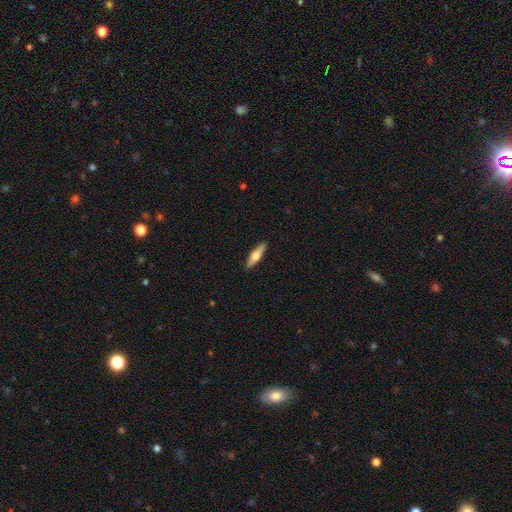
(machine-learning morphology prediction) A featured or disk galaxy (48%). Merging: none (91%).